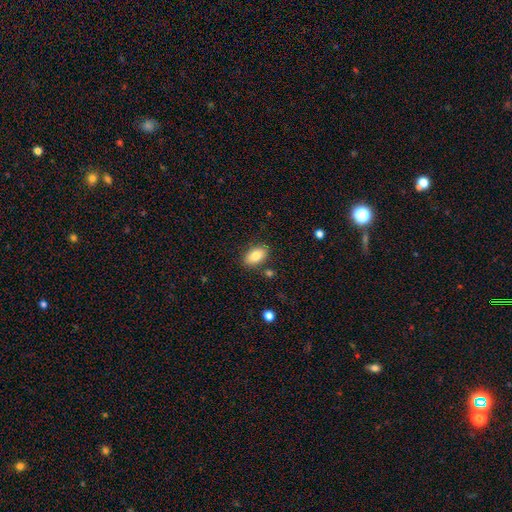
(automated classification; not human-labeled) This appears to be a smooth galaxy with no disk features (84%) that is in between round and cigar-shaped (91%). Merging: none (83%).